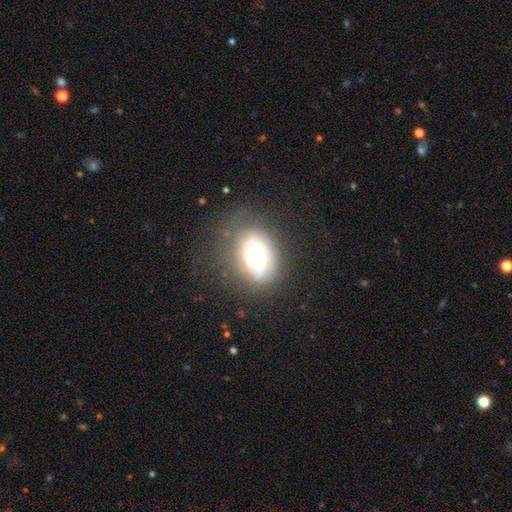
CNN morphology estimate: smooth-or-featured: smooth: 45% | featured or disk: 44% | star or artifact: 11%
  merging: none: 60% | minor disturbance: 24% | major disturbance: 14% | merger: 2%